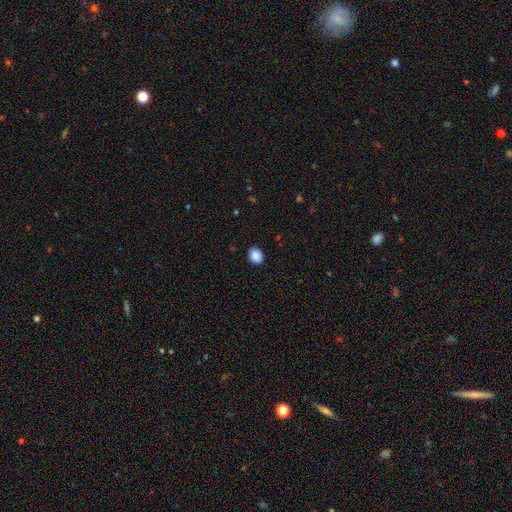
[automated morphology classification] A smooth galaxy with no disk features (89%) that is round (59%).

Vote fractions:
- Smooth or featured? smooth: 89% / star or artifact: 8% / featured or disk: 3%
- How rounded? round: 59% / in between: 40% / cigar-shaped: 1%
- Merging? none: 90% / minor disturbance: 7% / major disturbance: 2% / merger: 1%